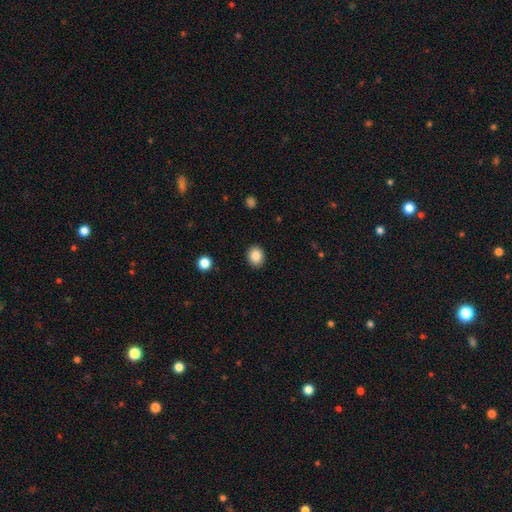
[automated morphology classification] A smooth galaxy with no disk features (86%) that is round (68%).

Vote fractions:
- Smooth or featured? smooth: 86% / star or artifact: 9% / featured or disk: 4%
- How rounded? round: 68% / in between: 32% / cigar-shaped: 1%
- Merging? none: 90% / minor disturbance: 7% / major disturbance: 2% / merger: 1%